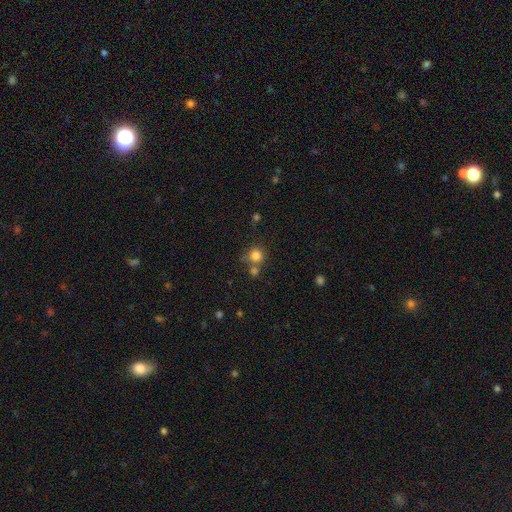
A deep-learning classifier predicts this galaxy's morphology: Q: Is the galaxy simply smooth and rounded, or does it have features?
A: smooth — 80%.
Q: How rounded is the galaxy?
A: round — 92%.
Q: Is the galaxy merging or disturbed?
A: none — 62%.